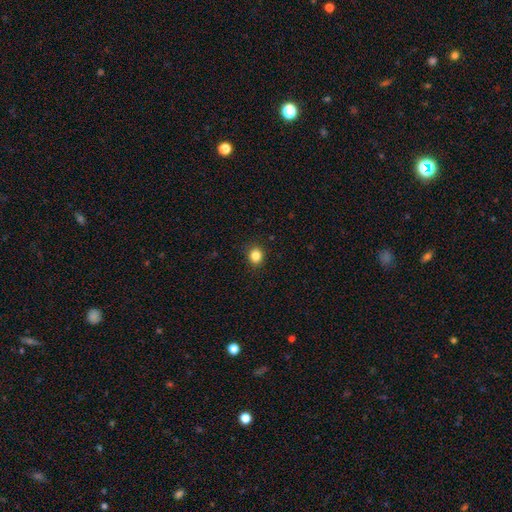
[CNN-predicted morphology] A smooth galaxy with no disk features (84%) that is round (77%). Merging: none (91%).